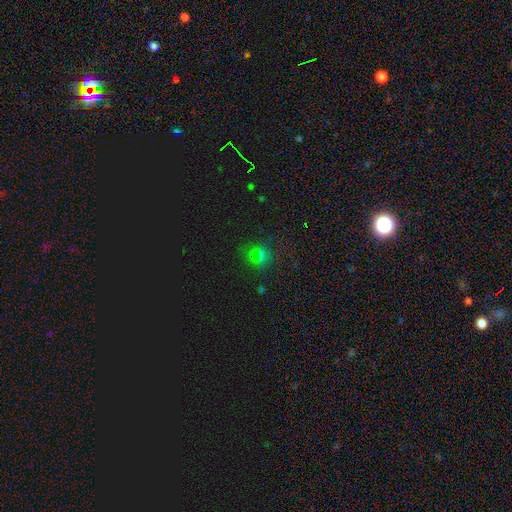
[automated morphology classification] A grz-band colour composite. It shows a smooth galaxy with no disk features (48%). Merging: none (79%).